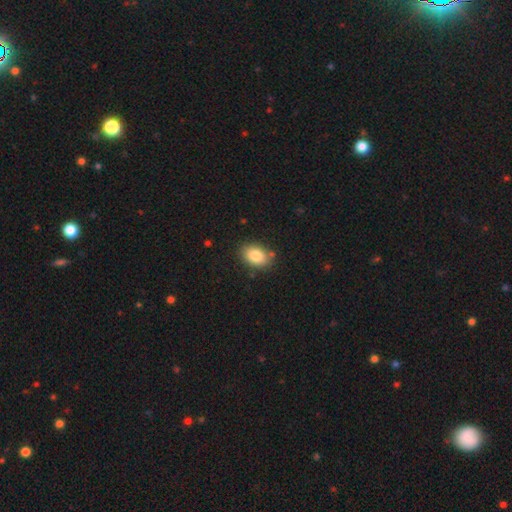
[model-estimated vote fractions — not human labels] Smooth or featured? Predicted: smooth (p=0.85). How rounded? Predicted: in between (p=0.83). Merging? Predicted: none (p=0.83).